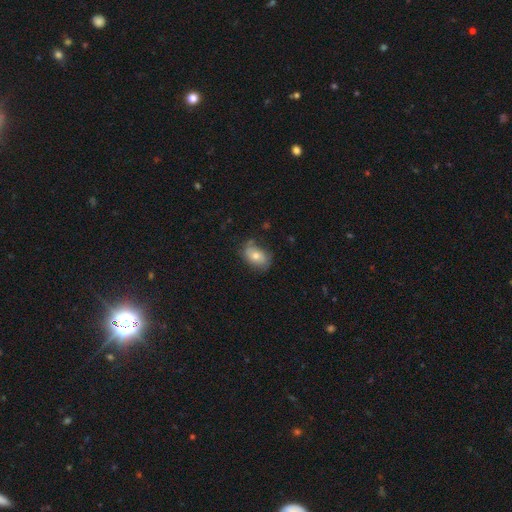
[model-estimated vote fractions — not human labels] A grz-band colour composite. It shows a smooth galaxy with no disk features (62%) that is in between round and cigar-shaped (81%). Merging: none (63%).